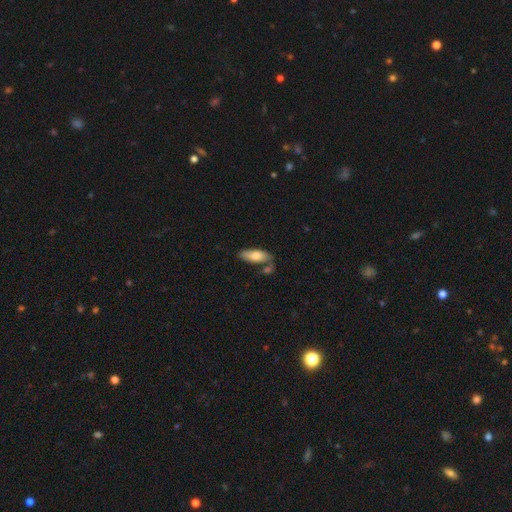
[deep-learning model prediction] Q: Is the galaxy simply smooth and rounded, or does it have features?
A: smooth — 74%.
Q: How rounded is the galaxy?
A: in between — 74%.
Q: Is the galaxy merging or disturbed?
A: none — 56%.